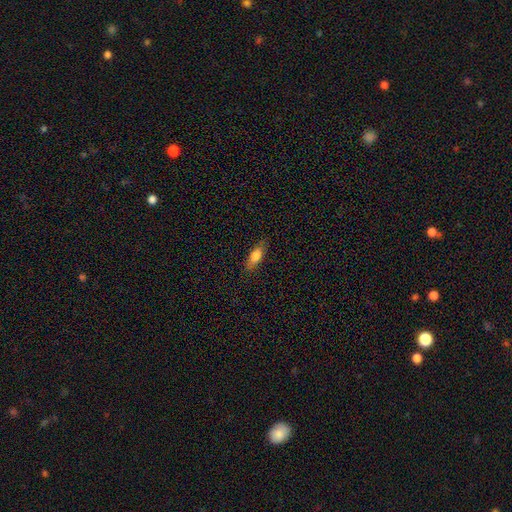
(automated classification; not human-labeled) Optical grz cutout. It shows a smooth galaxy with no disk features (74%) that is in between round and cigar-shaped (64%). Merging: none (83%).